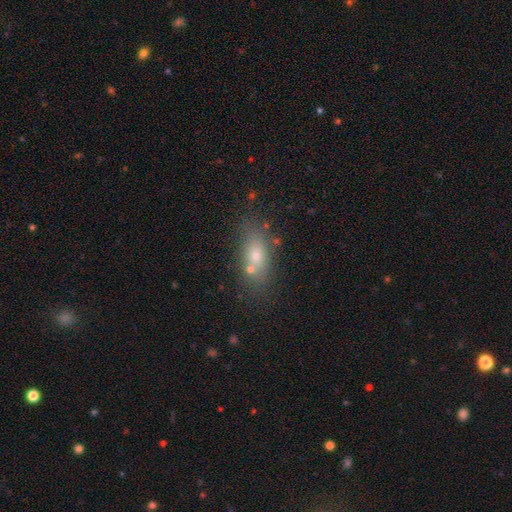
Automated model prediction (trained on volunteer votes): Q: Smooth or featured?
A: smooth (67%); runner-up: featured or disk (19%)
Q: How rounded?
A: in between (71%); runner-up: cigar-shaped (17%)
Q: Merging?
A: none (64%); runner-up: merger (17%)